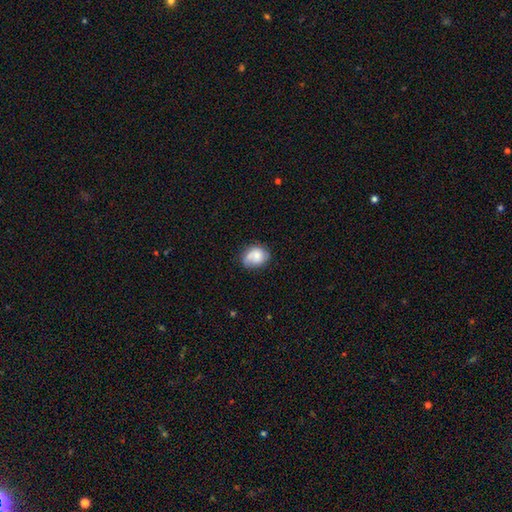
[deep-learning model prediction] Smooth or featured: smooth — 62% (featured or disk — 30%)
How rounded: in between — 59% (round — 40%)
Merging: none — 56% (minor disturbance — 29%)